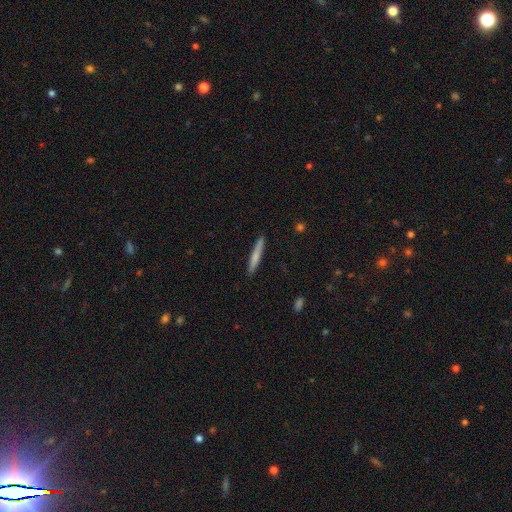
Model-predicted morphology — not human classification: Q: Smooth or featured?
A: smooth (67%); runner-up: featured or disk (27%)
Q: How rounded?
A: cigar-shaped (95%); runner-up: in between (3%)
Q: Merging?
A: none (91%); runner-up: minor disturbance (6%)